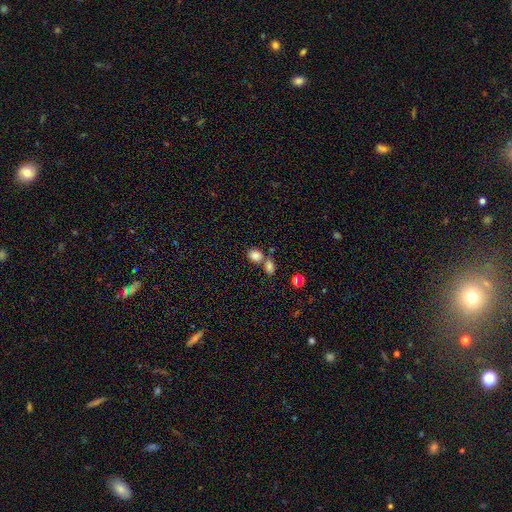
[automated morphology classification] smooth-or-featured: smooth: 83% | star or artifact: 11% | featured or disk: 6%
  how-rounded: in between: 51% | round: 48% | cigar-shaped: 1%
  merging: none: 49% | merger: 37% | minor disturbance: 10% | major disturbance: 4%